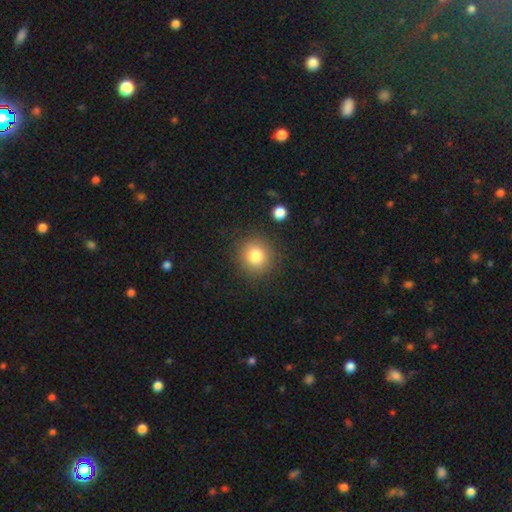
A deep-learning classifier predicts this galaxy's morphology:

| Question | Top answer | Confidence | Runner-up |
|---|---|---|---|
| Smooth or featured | smooth | 82% | star or artifact (11%) |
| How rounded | round | 92% | in between (7%) |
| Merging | none | 87% | minor disturbance (7%) |